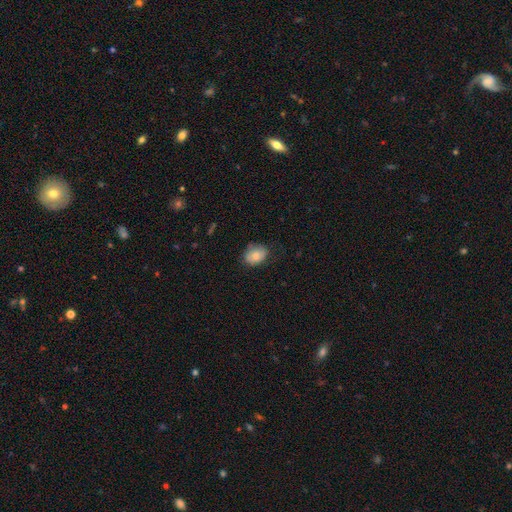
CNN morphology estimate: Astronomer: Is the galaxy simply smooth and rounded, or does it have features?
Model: smooth — 79%.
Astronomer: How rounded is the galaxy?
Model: in between — 64%.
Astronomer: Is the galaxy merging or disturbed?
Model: none — 67%.